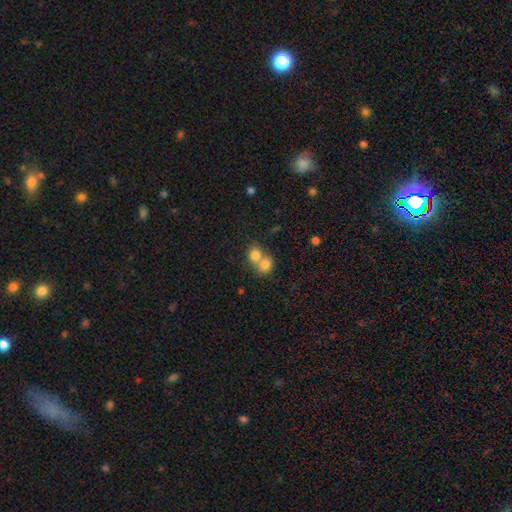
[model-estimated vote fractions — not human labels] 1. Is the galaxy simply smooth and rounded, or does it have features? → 78% smooth, 12% featured or disk, 10% star or artifact.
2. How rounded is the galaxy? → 72% round, 27% in between, 1% cigar-shaped.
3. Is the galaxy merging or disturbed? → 64% merger, 28% none, 5% minor disturbance, 2% major disturbance.